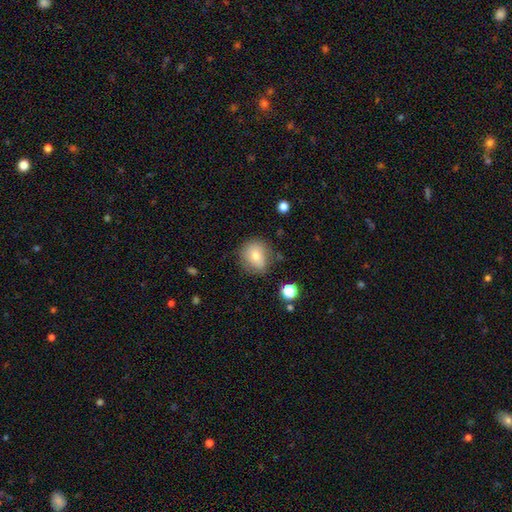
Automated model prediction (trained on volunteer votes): Smooth or featured? smooth (75%)
How rounded? round (71%)
Merging? none (70%)